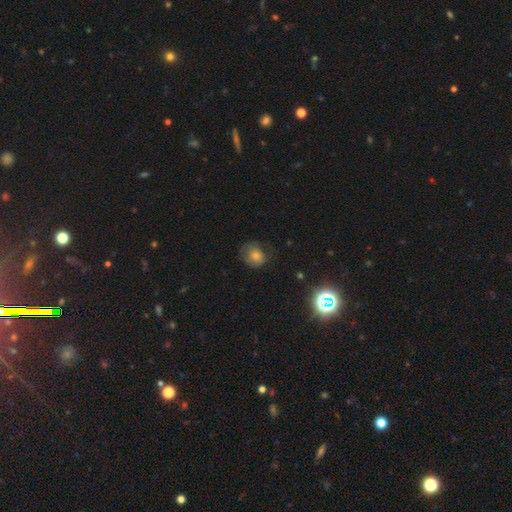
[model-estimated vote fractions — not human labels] The model was most divided on "merging": none: 64%, minor disturbance: 24%, major disturbance: 11%, merger: 1%. More confident: how rounded — round (73%); smooth or featured — smooth (63%).